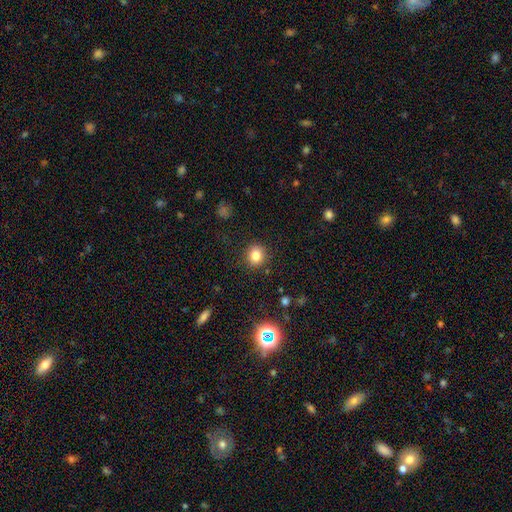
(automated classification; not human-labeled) Q: Smooth or featured?
A: smooth (81%); runner-up: star or artifact (12%)
Q: How rounded?
A: round (87%); runner-up: in between (13%)
Q: Merging?
A: none (90%); runner-up: minor disturbance (7%)